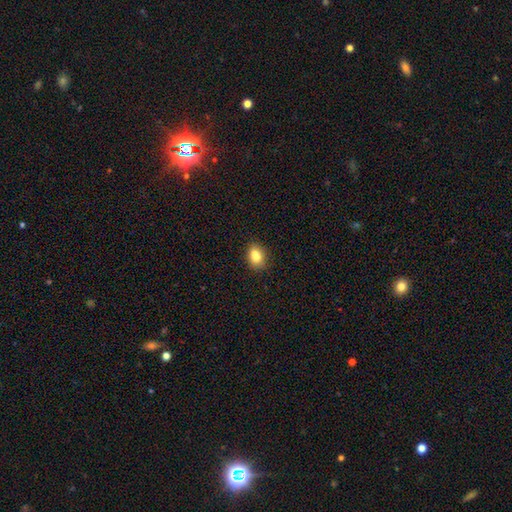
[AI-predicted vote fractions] smooth-or-featured: smooth: 83% | star or artifact: 10% | featured or disk: 7%
  how-rounded: in between: 74% | round: 25% | cigar-shaped: 2%
  merging: none: 72% | minor disturbance: 16% | merger: 8% | major disturbance: 3%